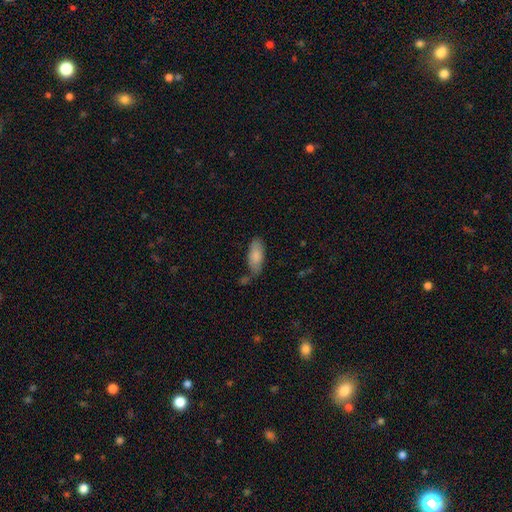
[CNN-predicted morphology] Smooth or featured?
  - smooth: 84% *
  - featured or disk: 10%
  - star or artifact: 6%
How rounded?
  - in between: 87% *
  - cigar-shaped: 11%
  - round: 2%
Merging?
  - none: 57% *
  - minor disturbance: 25%
  - merger: 11%
  - major disturbance: 7%